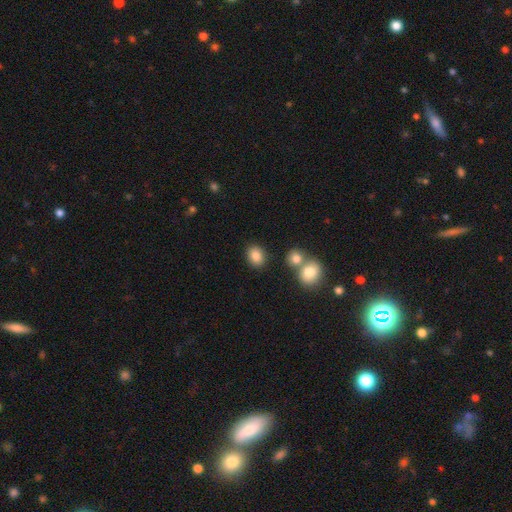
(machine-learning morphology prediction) Q: Smooth or featured?
A: smooth (84%); runner-up: star or artifact (10%)
Q: How rounded?
A: in between (52%); runner-up: round (46%)
Q: Merging?
A: none (80%); runner-up: minor disturbance (9%)